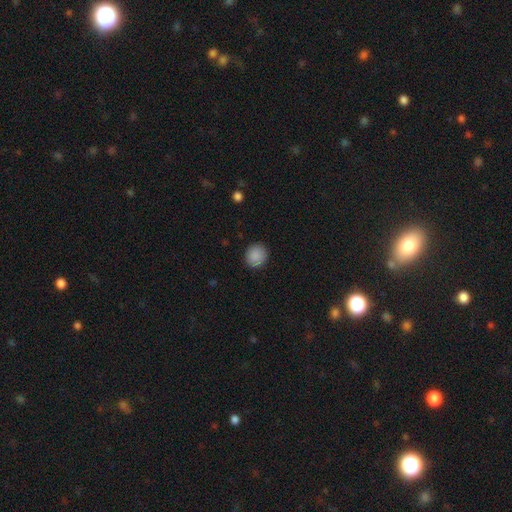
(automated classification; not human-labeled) smooth_or_featured: smooth (p=0.89) [alt: star or artifact p=0.08]
how_rounded: round (p=0.88) [alt: in between p=0.11]
merging: none (p=0.90) [alt: minor disturbance p=0.07]